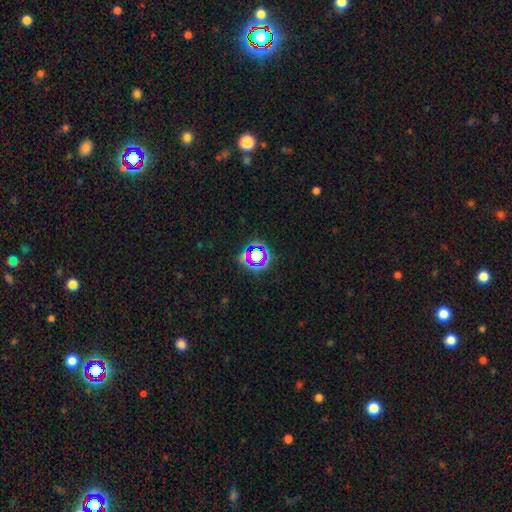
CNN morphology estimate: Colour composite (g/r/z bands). It shows a star or artifact, not a galaxy (62%).